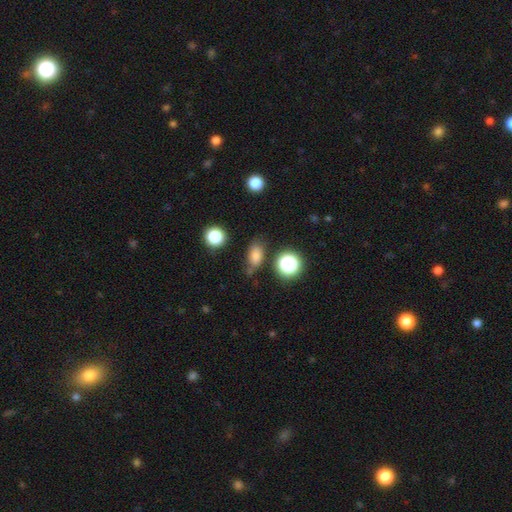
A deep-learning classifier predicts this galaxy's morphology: Smooth or featured? Predicted: smooth (p=0.77). How rounded? Predicted: in between (p=0.77). Merging? Predicted: none (p=0.71).